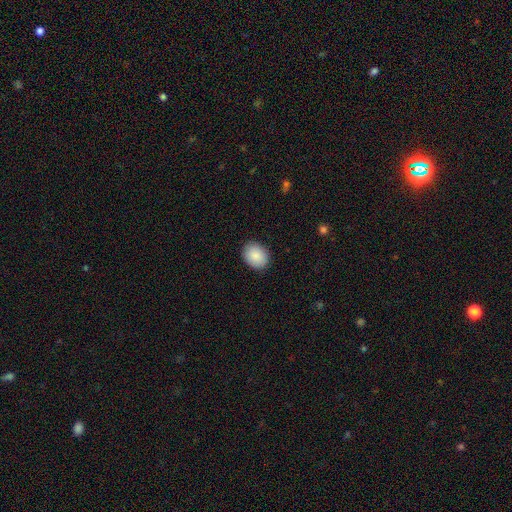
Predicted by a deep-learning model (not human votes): Overall: smooth (89%). How rounded: in between (57%; round 42%). Merging: none (89%).